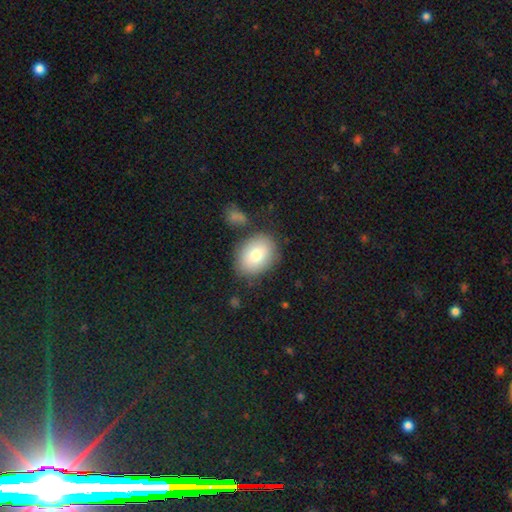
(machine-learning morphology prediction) type=smooth (78%); roundness=in between (63%); merging=none (79%).